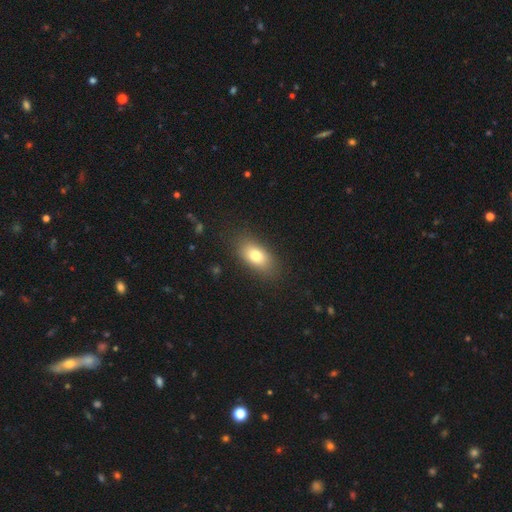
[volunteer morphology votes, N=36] Smooth or featured?
  - smooth: 89% *
  - featured or disk: 11%
  - star or artifact: 0%
How rounded?
  - in between: 88% *
  - round: 6%
  - cigar-shaped: 6%
Merging?
  - none: 83% *
  - minor disturbance: 8%
  - major disturbance: 6%
  - merger: 3%